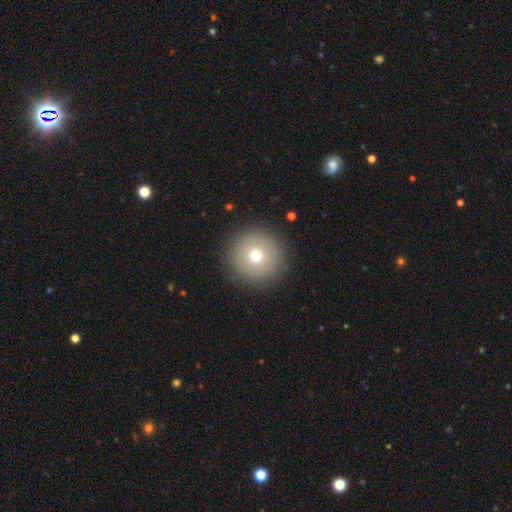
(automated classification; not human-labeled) Smooth or featured: smooth — 71% (featured or disk — 16%)
How rounded: round — 97% (in between — 2%)
Merging: none — 91% (minor disturbance — 5%)